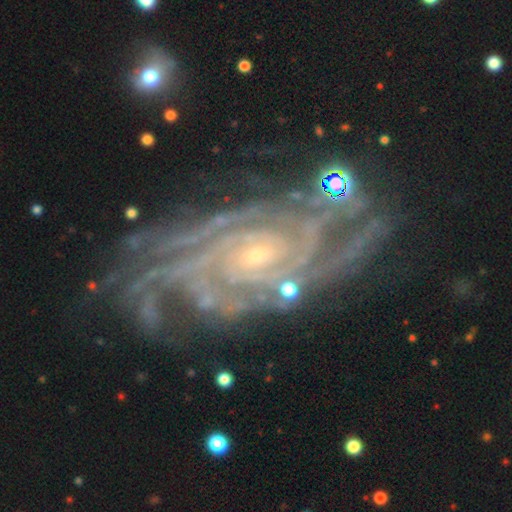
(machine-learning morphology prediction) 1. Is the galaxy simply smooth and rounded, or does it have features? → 90% featured or disk, 7% star or artifact, 4% smooth.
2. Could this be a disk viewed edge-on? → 96% no, 4% yes.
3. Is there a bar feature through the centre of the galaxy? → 67% no, 23% weak, 10% strong.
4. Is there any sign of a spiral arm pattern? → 98% yes, 2% no.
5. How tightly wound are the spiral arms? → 72% tight, 24% medium, 4% loose.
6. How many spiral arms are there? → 23% 4, 21% more than 4, 18% can't tell, 16% 3, 13% 2, 9% 1.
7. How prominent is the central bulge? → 84% small, 11% moderate, 3% none, 1% large, 1% dominant.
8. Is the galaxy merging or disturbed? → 75% none, 16% minor disturbance, 6% major disturbance, 2% merger.